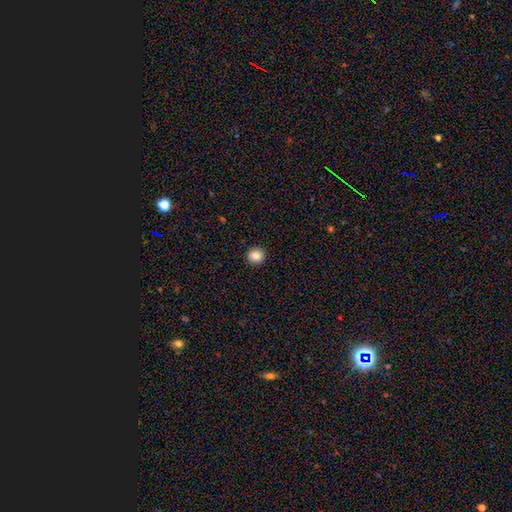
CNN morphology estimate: Smooth or featured: smooth — 85% (star or artifact — 10%)
How rounded: round — 91% (in between — 8%)
Merging: none — 93% (minor disturbance — 4%)